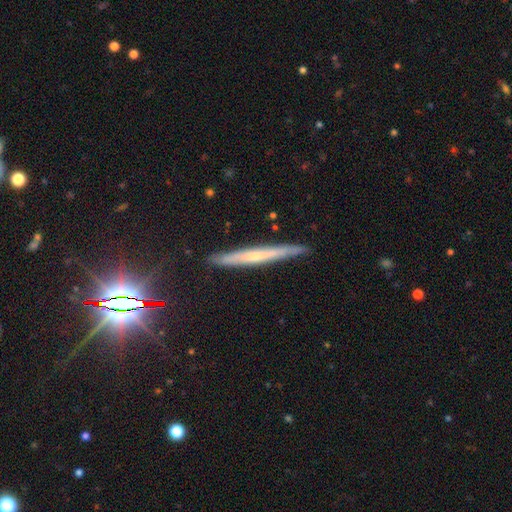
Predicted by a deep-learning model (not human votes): Smooth or featured? featured or disk (55%)
Edge-on disk? yes (94%)
Edge-on bulge? none (58%)
Merging? none (87%)